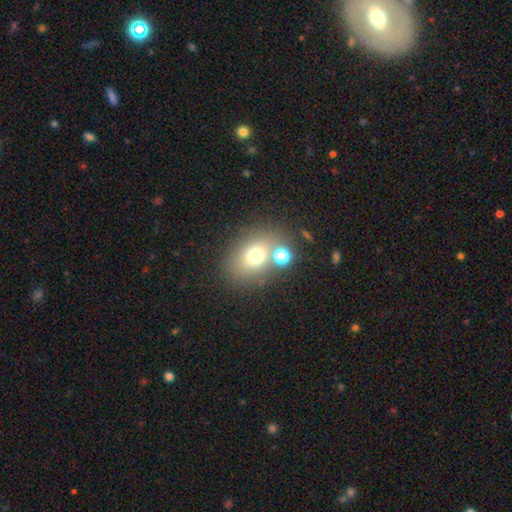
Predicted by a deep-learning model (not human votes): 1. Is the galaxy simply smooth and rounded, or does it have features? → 70% smooth, 15% star or artifact, 15% featured or disk.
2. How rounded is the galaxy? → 62% in between, 37% round, 1% cigar-shaped.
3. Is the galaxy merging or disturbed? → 65% none, 18% merger, 12% minor disturbance, 5% major disturbance.